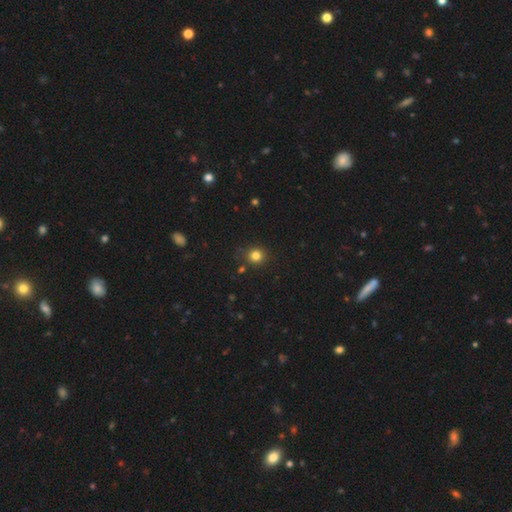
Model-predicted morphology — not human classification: This is clearly a smooth galaxy (80%). How rounded: clearly round (88%). Merging: clearly none (85%).